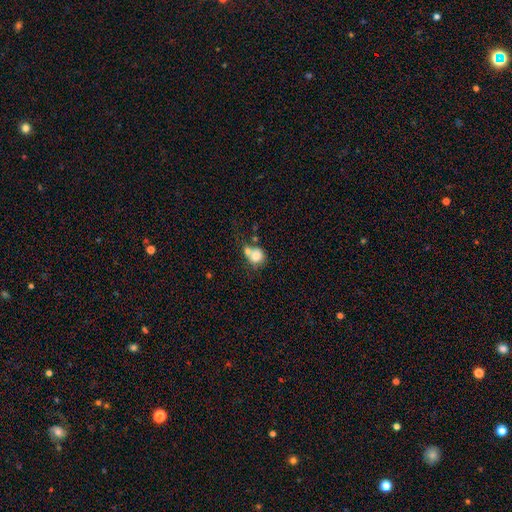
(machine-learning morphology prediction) Smooth or featured: smooth — 75% (featured or disk — 15%)
How rounded: round — 73% (in between — 26%)
Merging: merger — 53% (none — 29%)